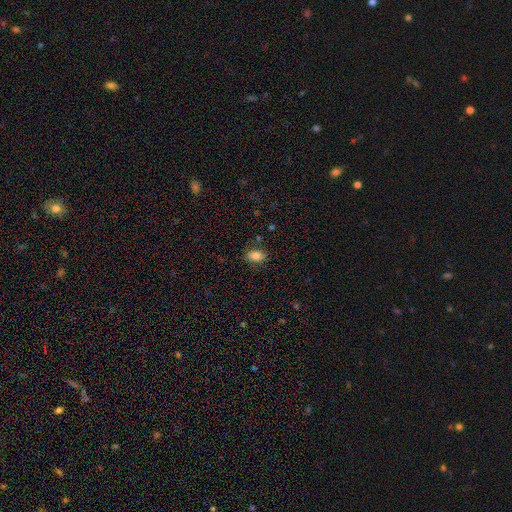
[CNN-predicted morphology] A smooth galaxy with no disk features (84%) that is in between round and cigar-shaped (87%).

Vote fractions:
- Smooth or featured? smooth: 84% / star or artifact: 9% / featured or disk: 7%
- How rounded? in between: 87% / round: 10% / cigar-shaped: 2%
- Merging? none: 82% / minor disturbance: 13% / major disturbance: 3% / merger: 2%